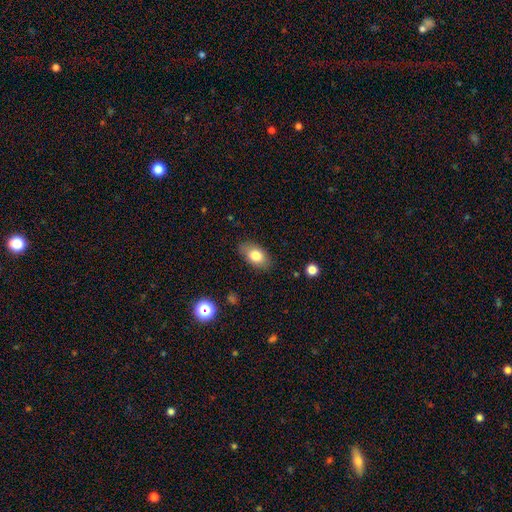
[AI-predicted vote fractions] Overall: smooth (79%). How rounded: in between (90%). Merging: none (82%).